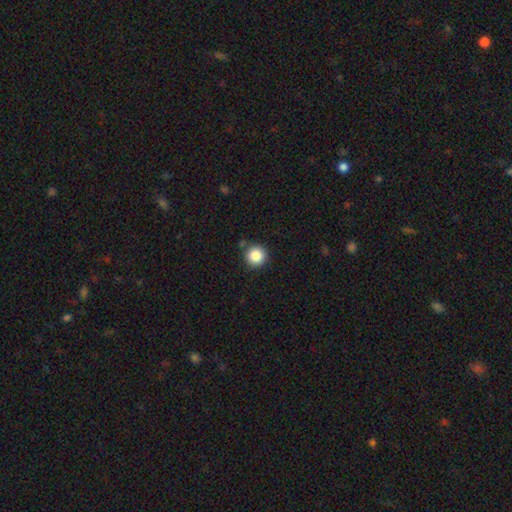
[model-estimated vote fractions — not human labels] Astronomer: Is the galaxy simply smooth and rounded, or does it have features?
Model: smooth — 86%.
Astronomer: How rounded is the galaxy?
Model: round — 95%.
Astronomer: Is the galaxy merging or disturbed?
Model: none — 85%.